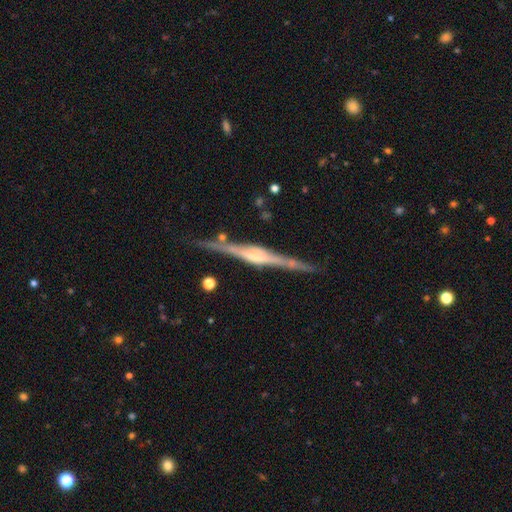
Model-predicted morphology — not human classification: type=featured or disk (84%); edge-on=yes (98%); edge-on bulge=rounded (53%); merging=none (85%).